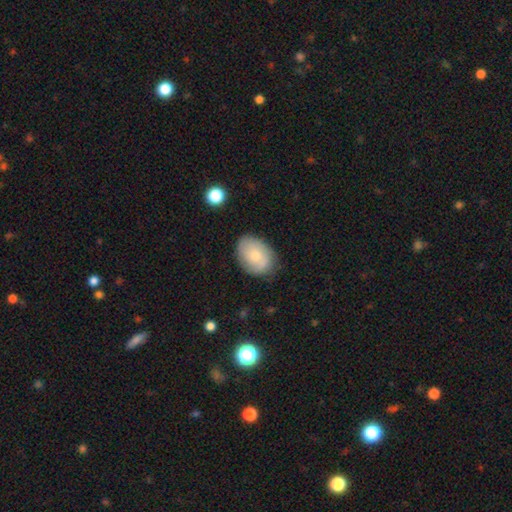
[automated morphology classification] A smooth galaxy with no disk features (62%) that is in between round and cigar-shaped (76%). Merging: none (77%).